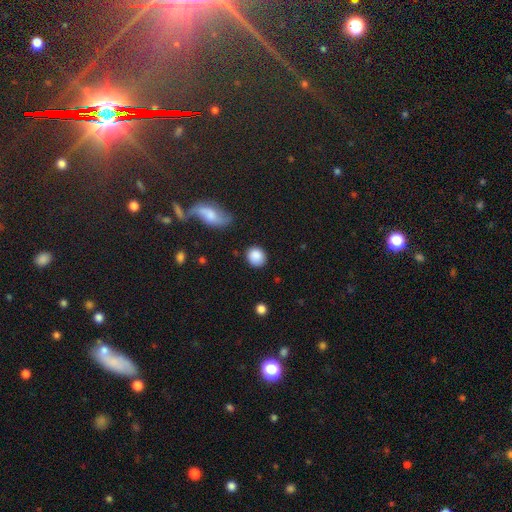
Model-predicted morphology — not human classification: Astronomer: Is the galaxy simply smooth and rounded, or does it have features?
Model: smooth — 87%.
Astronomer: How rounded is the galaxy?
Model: round — 78%.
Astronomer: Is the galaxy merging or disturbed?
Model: none — 83%.